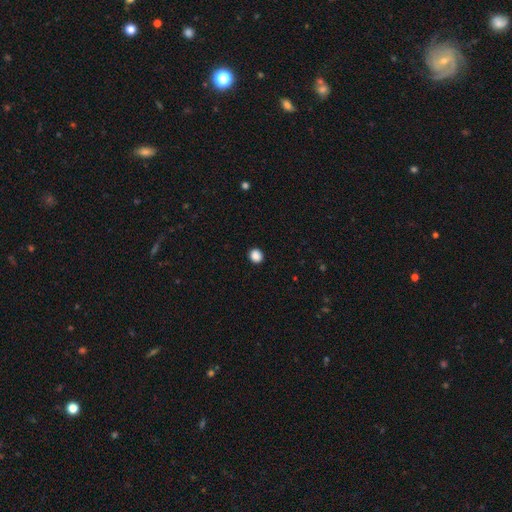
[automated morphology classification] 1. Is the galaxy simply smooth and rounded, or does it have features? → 88% smooth, 10% star or artifact, 2% featured or disk.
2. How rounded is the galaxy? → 83% round, 16% in between, 1% cigar-shaped.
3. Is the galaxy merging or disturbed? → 92% none, 5% minor disturbance, 2% major disturbance, 1% merger.